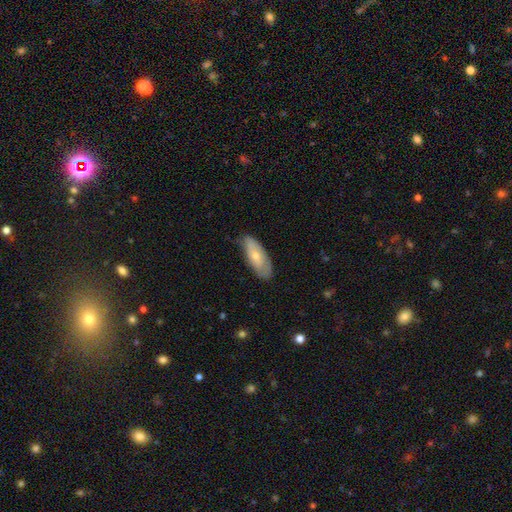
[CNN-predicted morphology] smooth 61%, featured or disk 33%, star or artifact 6%. Down the decision tree: how rounded — in between (78%); merging — none (65%).